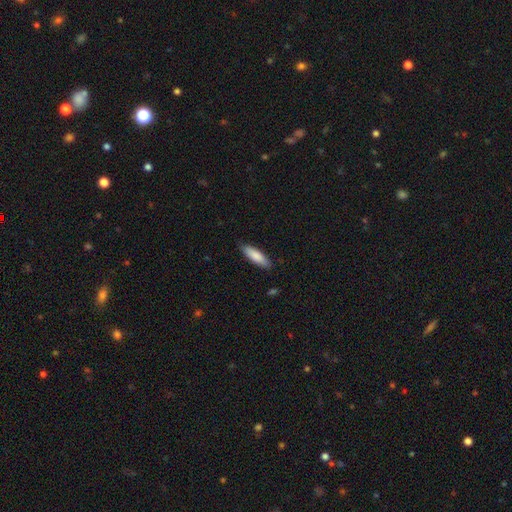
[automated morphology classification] smooth-or-featured: smooth: 85% | featured or disk: 10% | star or artifact: 5%
  how-rounded: cigar-shaped: 55% | in between: 44% | round: 1%
  merging: none: 87% | minor disturbance: 10% | major disturbance: 2% | merger: 1%